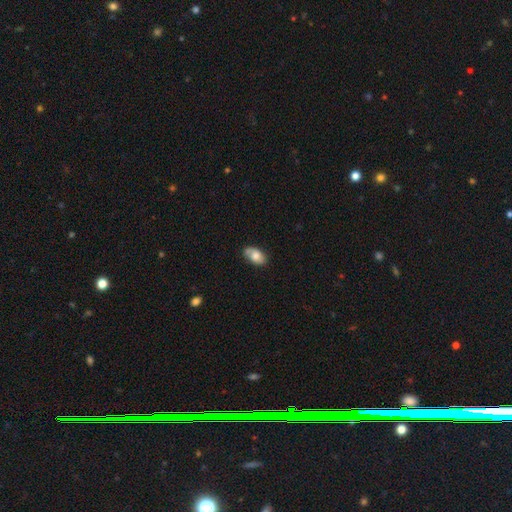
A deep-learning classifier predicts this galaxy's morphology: smooth_or_featured: smooth (p=0.68) [alt: featured or disk p=0.24]
how_rounded: in between (p=0.92) [alt: round p=0.06]
merging: none (p=0.69) [alt: minor disturbance p=0.24]